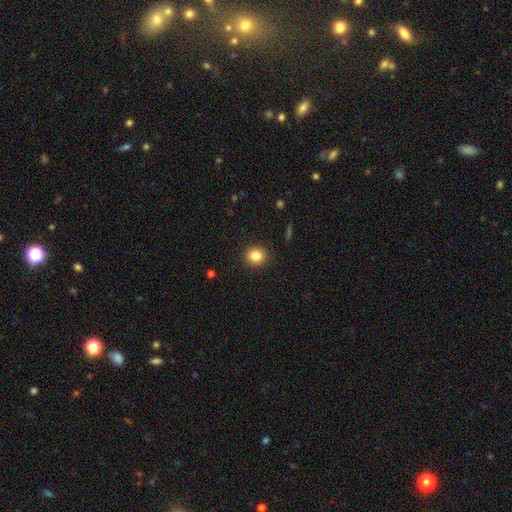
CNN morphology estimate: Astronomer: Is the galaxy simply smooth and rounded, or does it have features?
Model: smooth — 84%.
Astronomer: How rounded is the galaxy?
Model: round — 85%.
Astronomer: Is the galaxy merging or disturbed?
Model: none — 91%.